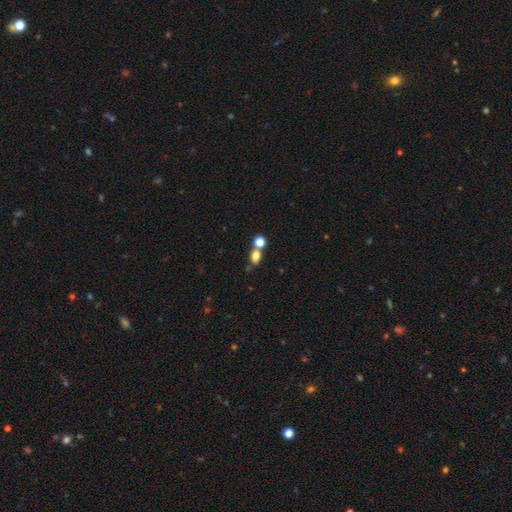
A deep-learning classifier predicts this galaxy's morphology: This appears to be a smooth galaxy with no disk features (77%) that is in between round and cigar-shaped (68%). Merging: none (54%).